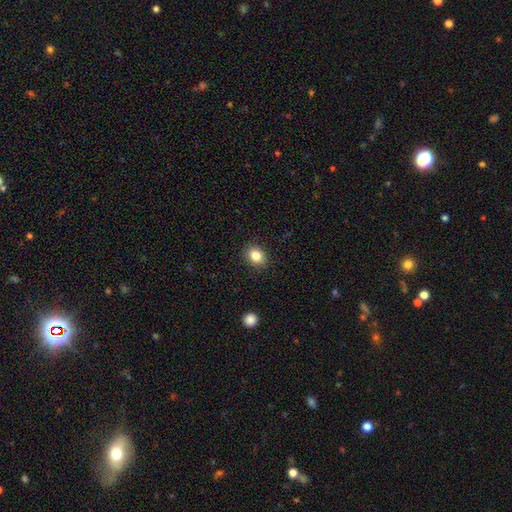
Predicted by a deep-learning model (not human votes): Overall: smooth (84%). How rounded: round (52%; in between 47%). Merging: none (89%).